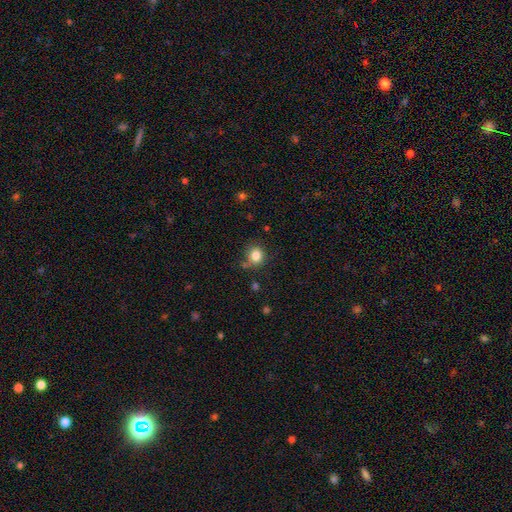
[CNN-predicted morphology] Smooth or featured?
  - smooth: 83% *
  - star or artifact: 11%
  - featured or disk: 6%
How rounded?
  - round: 81% *
  - in between: 18%
  - cigar-shaped: 1%
Merging?
  - none: 72% *
  - minor disturbance: 16%
  - merger: 7%
  - major disturbance: 5%